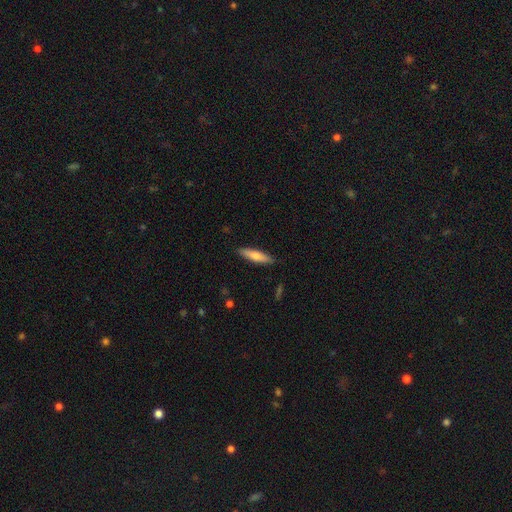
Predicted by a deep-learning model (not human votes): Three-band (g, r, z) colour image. It shows a smooth galaxy with no disk features (69%) that is cigar-shaped (76%). Merging: none (89%).